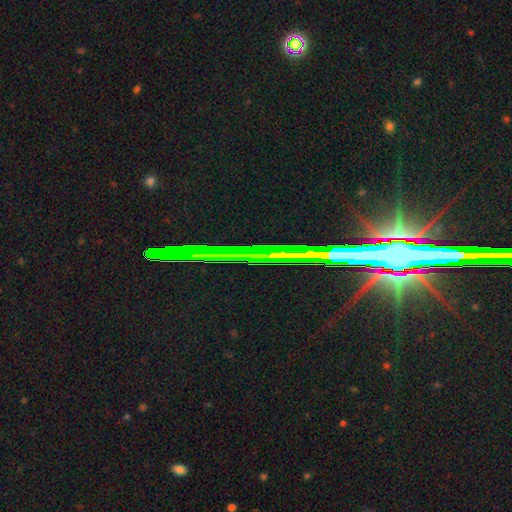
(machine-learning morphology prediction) This appears to be a star or artifact, not a galaxy (73%).